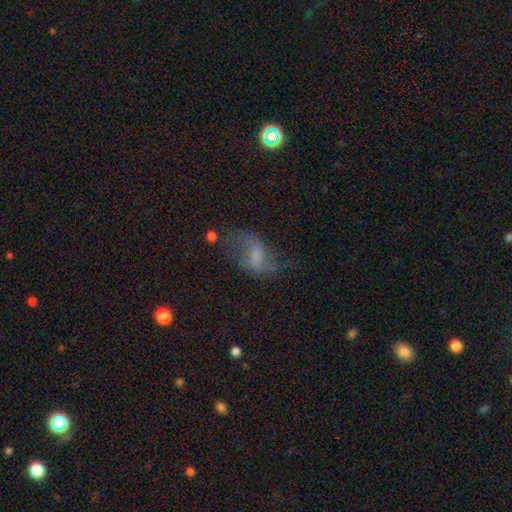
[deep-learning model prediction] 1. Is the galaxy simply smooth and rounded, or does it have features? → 48% featured or disk, 37% smooth, 15% star or artifact.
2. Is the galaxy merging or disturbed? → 49% none, 24% minor disturbance, 24% major disturbance, 3% merger.